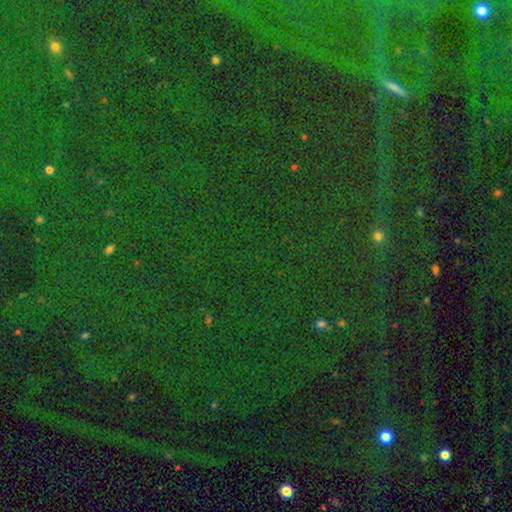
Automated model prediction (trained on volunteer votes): Smooth or featured: star or artifact — 82% (smooth — 10%)